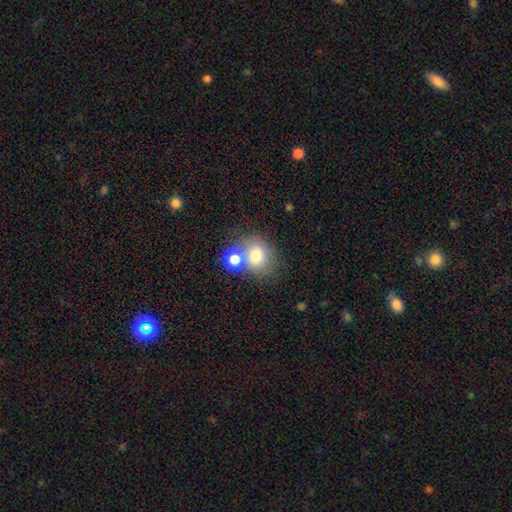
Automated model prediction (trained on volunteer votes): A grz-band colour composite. It shows a smooth galaxy with no disk features (73%) that is round (67%). Merging: none (51%).